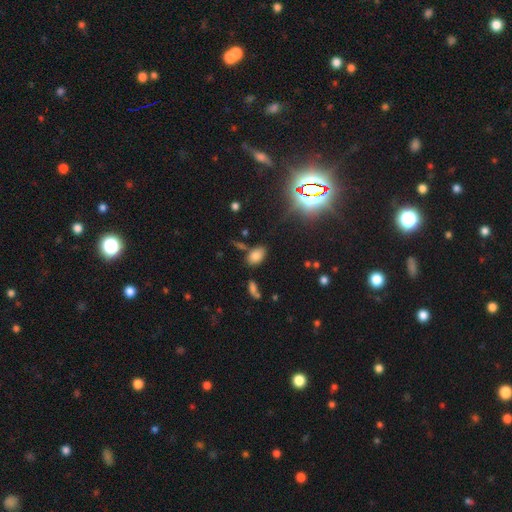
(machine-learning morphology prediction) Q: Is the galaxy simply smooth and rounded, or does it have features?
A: smooth — 75%.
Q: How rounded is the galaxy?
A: in between — 90%.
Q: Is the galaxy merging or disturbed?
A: none — 73%.